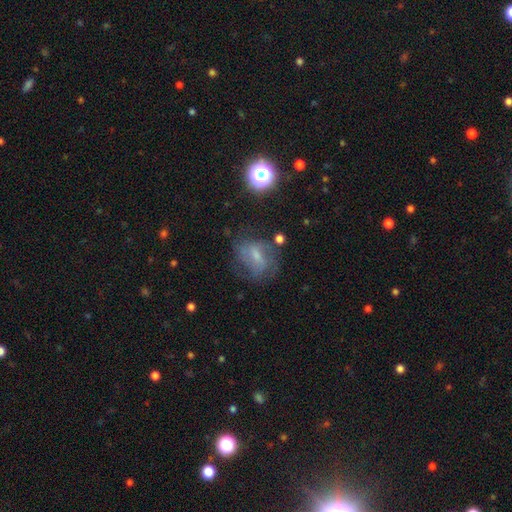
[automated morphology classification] A featured or disk galaxy (47%).

Vote fractions:
- Smooth or featured? featured or disk: 47% / smooth: 38% / star or artifact: 15%
- Merging? none: 54% / minor disturbance: 23% / major disturbance: 19% / merger: 4%